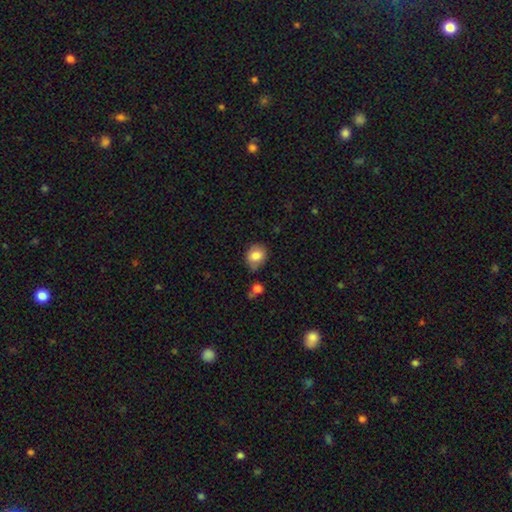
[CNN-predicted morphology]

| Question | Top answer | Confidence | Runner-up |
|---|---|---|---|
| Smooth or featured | smooth | 82% | featured or disk (9%) |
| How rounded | round | 62% | in between (37%) |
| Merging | none | 70% | minor disturbance (20%) |